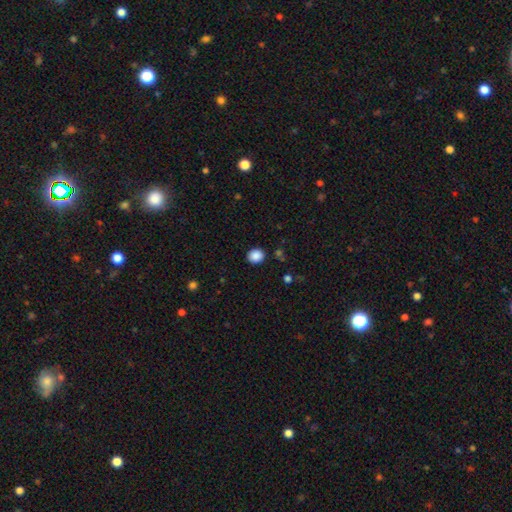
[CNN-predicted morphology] Q: Smooth or featured?
A: smooth (88%); runner-up: star or artifact (9%)
Q: How rounded?
A: round (71%); runner-up: in between (28%)
Q: Merging?
A: none (89%); runner-up: minor disturbance (7%)